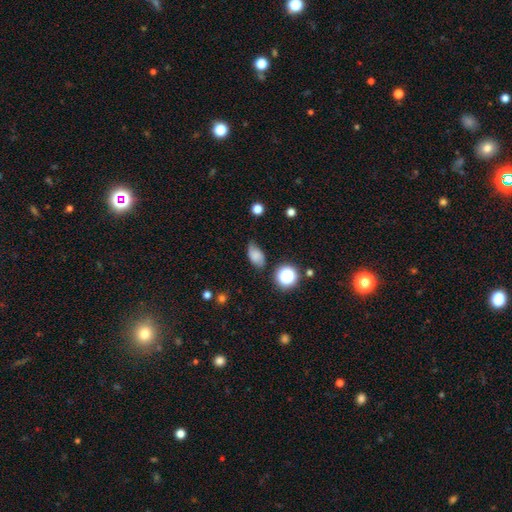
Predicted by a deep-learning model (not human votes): Morphology: type=smooth (72%); roundness=in between (82%); merging=none (58%).